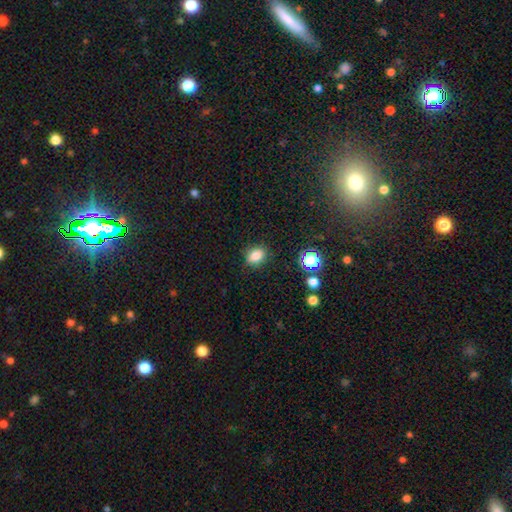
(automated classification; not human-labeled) Smooth or featured?
  - smooth: 82% *
  - star or artifact: 12%
  - featured or disk: 6%
How rounded?
  - in between: 63% *
  - round: 35%
  - cigar-shaped: 1%
Merging?
  - none: 86% *
  - minor disturbance: 10%
  - major disturbance: 3%
  - merger: 1%